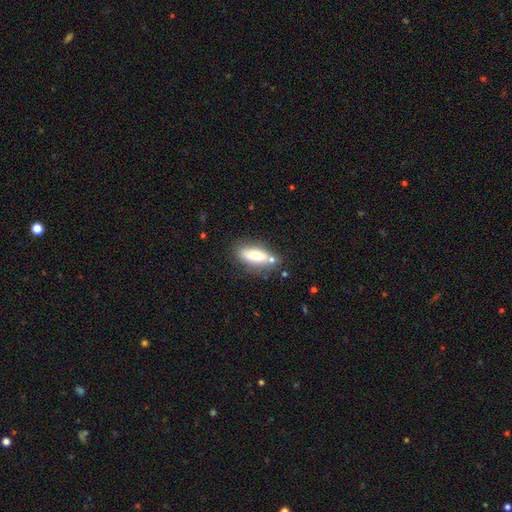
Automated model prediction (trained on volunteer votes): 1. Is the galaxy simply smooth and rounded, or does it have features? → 74% smooth, 18% featured or disk, 7% star or artifact.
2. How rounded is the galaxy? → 70% in between, 27% cigar-shaped, 3% round.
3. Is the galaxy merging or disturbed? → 64% none, 18% minor disturbance, 12% merger, 5% major disturbance.